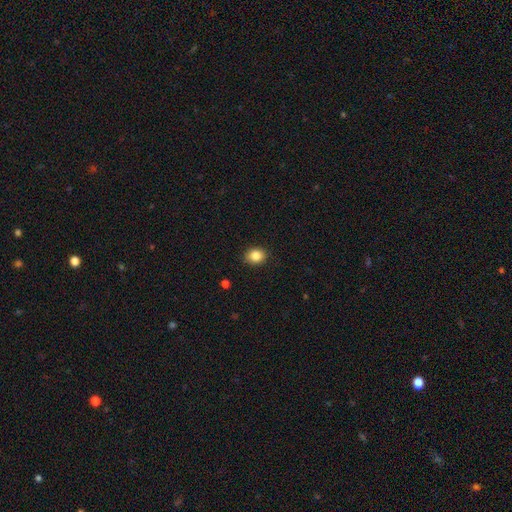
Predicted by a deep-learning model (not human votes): Overall: smooth (86%). How rounded: round (55%; in between 44%). Merging: none (88%).